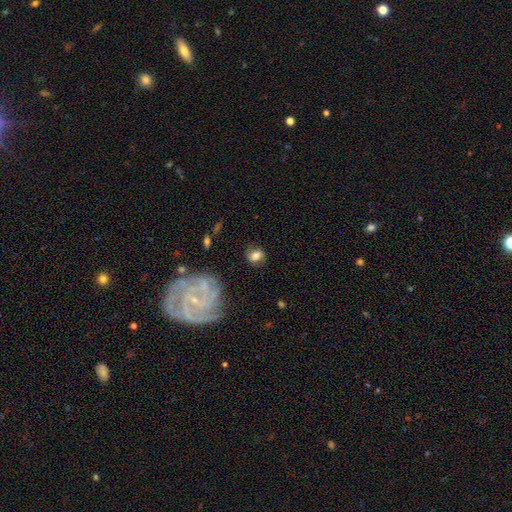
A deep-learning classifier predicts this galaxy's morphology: type=smooth (70%); roundness=round (51%); merging=none (73%).